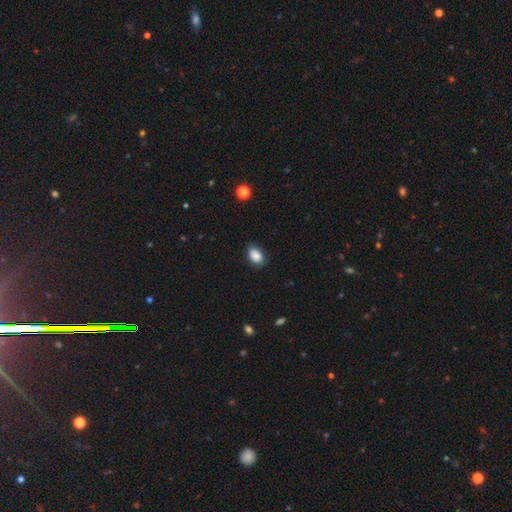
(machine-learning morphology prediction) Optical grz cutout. It shows a smooth galaxy with no disk features (87%) that is in between round and cigar-shaped (86%). Merging: none (80%).